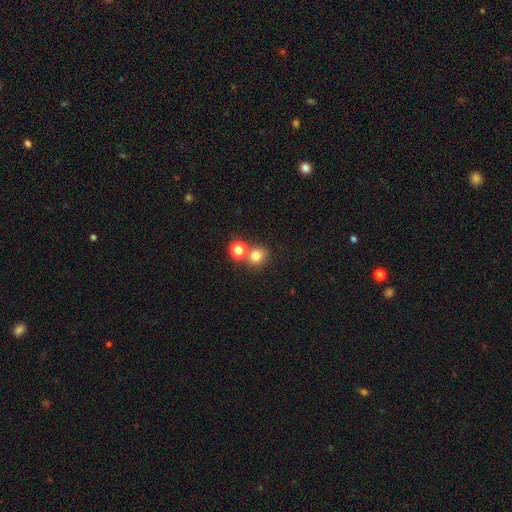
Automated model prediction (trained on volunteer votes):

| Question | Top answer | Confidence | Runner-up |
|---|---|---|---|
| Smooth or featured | smooth | 77% | star or artifact (15%) |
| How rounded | round | 82% | in between (17%) |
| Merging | none | 62% | merger (27%) |